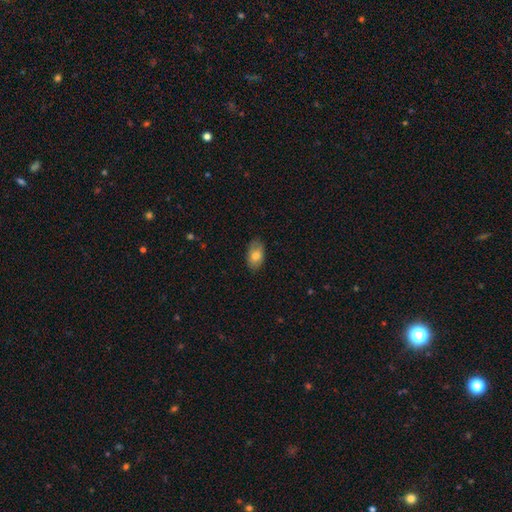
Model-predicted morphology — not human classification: A smooth galaxy with no disk features (77%) that is in between round and cigar-shaped (92%).

Vote fractions:
- Smooth or featured? smooth: 77% / featured or disk: 16% / star or artifact: 7%
- How rounded? in between: 92% / round: 6% / cigar-shaped: 2%
- Merging? none: 82% / minor disturbance: 14% / major disturbance: 3% / merger: 1%